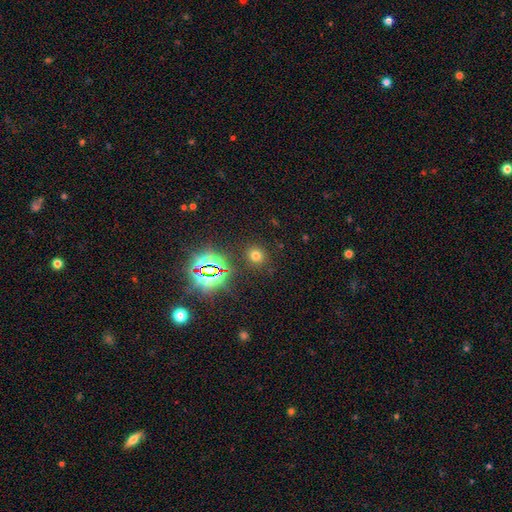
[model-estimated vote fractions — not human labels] Smooth or featured? smooth (65%)
How rounded? round (81%)
Merging? none (87%)